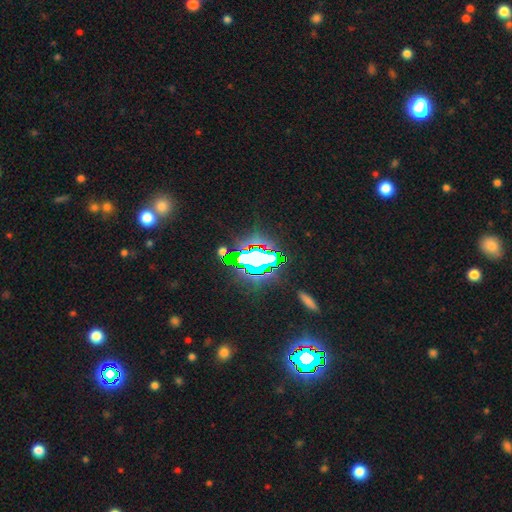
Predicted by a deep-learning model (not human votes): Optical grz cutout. It shows a star or artifact, not a galaxy (70%).